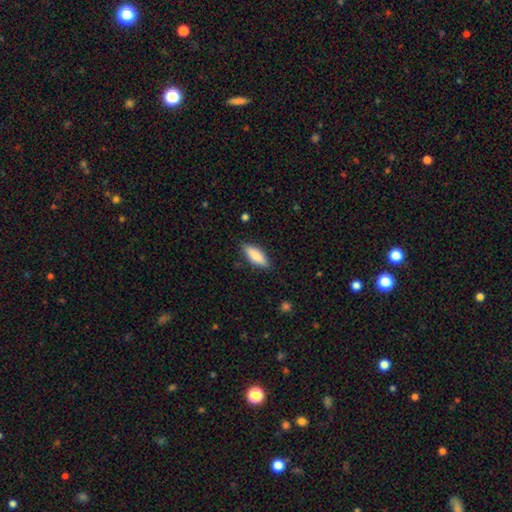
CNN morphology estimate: Q: Smooth or featured?
A: smooth (80%); runner-up: featured or disk (14%)
Q: How rounded?
A: in between (62%); runner-up: cigar-shaped (36%)
Q: Merging?
A: none (84%); runner-up: minor disturbance (12%)